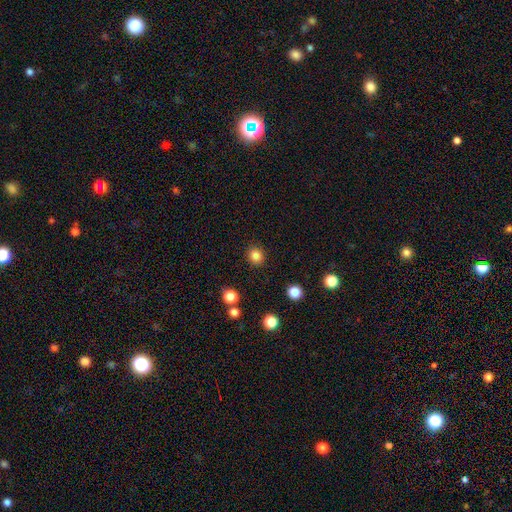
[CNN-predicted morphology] This appears to be a smooth galaxy with no disk features (84%) that is round (81%). Merging: none (90%).